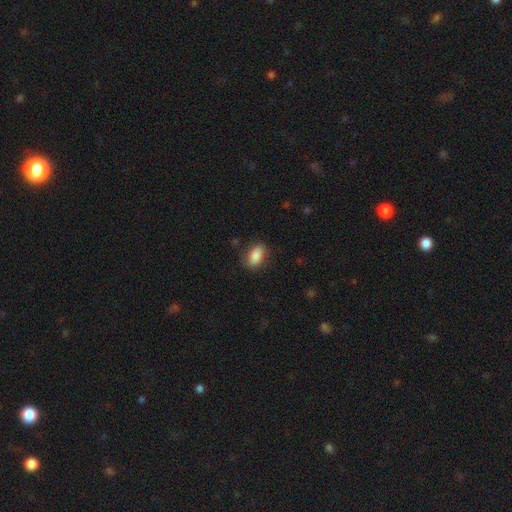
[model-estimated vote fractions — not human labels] Smooth or featured? Predicted: smooth (p=0.86). How rounded? Predicted: in between (p=0.89). Merging? Predicted: none (p=0.80).